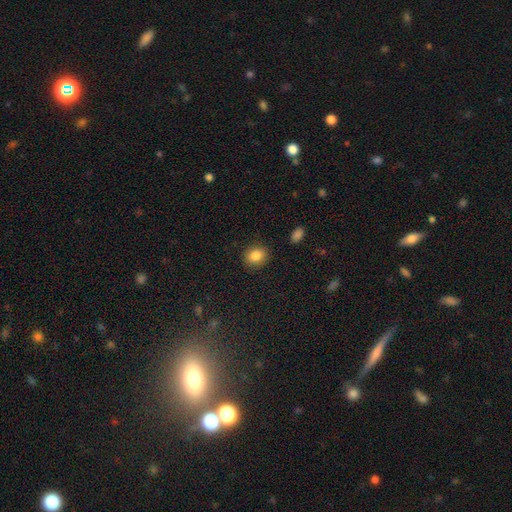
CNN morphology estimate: This is clearly a smooth galaxy (85%). How rounded: possibly round (59%). Merging: clearly none (89%).